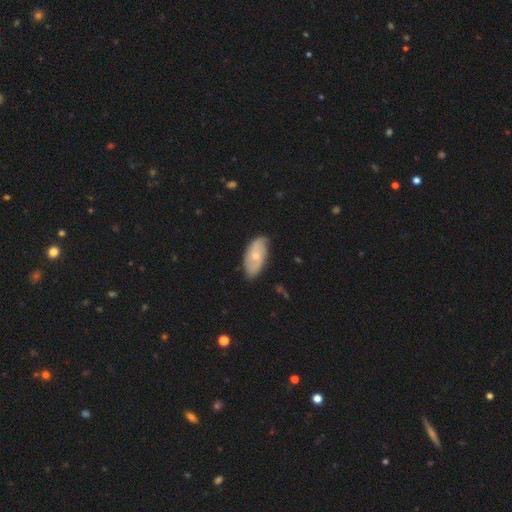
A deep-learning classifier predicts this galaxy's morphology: This appears to be a featured or disk galaxy (49%). Merging: none (74%).